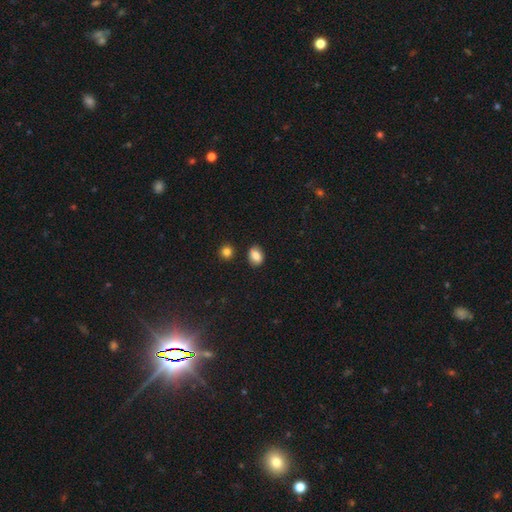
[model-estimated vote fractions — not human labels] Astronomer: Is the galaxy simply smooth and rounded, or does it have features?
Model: smooth — 85%.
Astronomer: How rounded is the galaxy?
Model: in between — 70%.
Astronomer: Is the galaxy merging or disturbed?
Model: none — 81%.